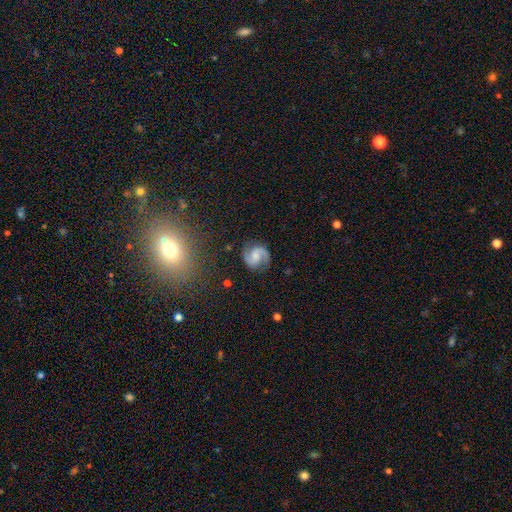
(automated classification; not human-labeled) Q: Smooth or featured?
A: featured or disk (85%); runner-up: smooth (9%)
Q: Edge-on disk?
A: no (98%); runner-up: yes (2%)
Q: Bar?
A: no (49%); runner-up: weak (41%)
Q: Spiral arms?
A: yes (97%); runner-up: no (3%)
Q: Spiral winding?
A: medium (54%); runner-up: loose (27%)
Q: Spiral arm count?
A: 2 (93%); runner-up: can't tell (2%)
Q: Bulge size?
A: moderate (35%); tied with: small (35%)
Q: Merging?
A: none (83%); runner-up: minor disturbance (12%)